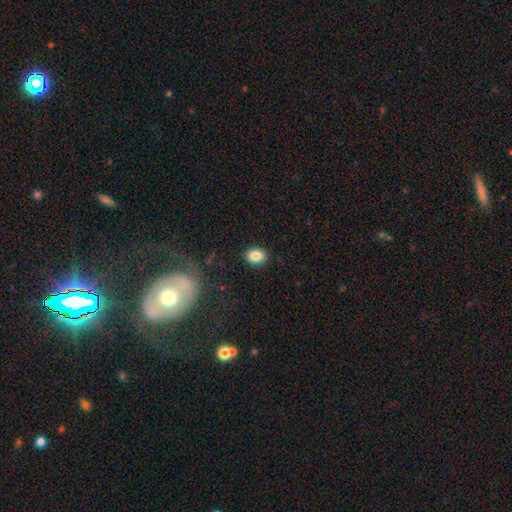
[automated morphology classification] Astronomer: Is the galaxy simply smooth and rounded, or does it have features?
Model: smooth — 85%.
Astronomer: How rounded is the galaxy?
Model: in between — 65%.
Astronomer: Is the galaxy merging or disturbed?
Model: none — 89%.